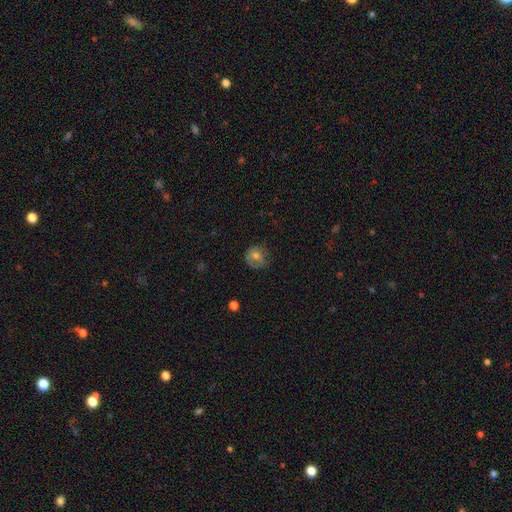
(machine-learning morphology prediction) smooth_or_featured: smooth (p=0.65) [alt: featured or disk p=0.25]
how_rounded: round (p=0.86) [alt: in between p=0.13]
merging: none (p=0.73) [alt: minor disturbance p=0.20]